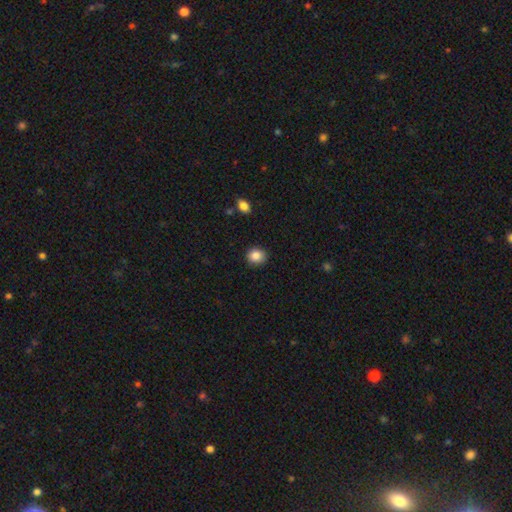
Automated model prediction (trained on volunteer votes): smooth 85%, star or artifact 9%, featured or disk 6%. Down the decision tree: how rounded — round (80%); merging — none (90%).